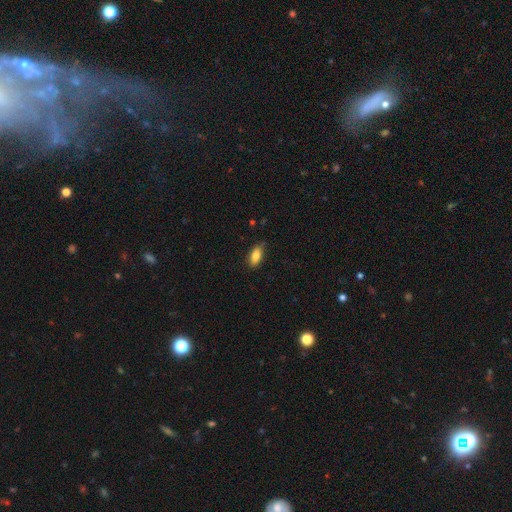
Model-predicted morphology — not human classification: Smooth or featured? Predicted: smooth (p=0.85). How rounded? Predicted: in between (p=0.88). Merging? Predicted: none (p=0.80).